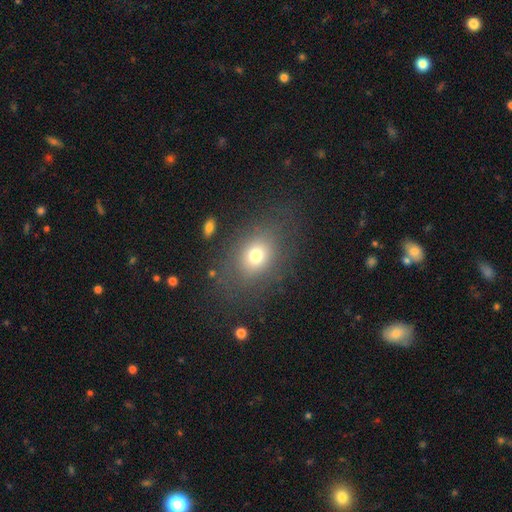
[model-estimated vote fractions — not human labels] A smooth galaxy with no disk features (72%) that is in between round and cigar-shaped (57%).

Vote fractions:
- Smooth or featured? smooth: 72% / star or artifact: 14% / featured or disk: 14%
- How rounded? in between: 57% / round: 41% / cigar-shaped: 1%
- Merging? none: 75% / minor disturbance: 13% / major disturbance: 10% / merger: 2%